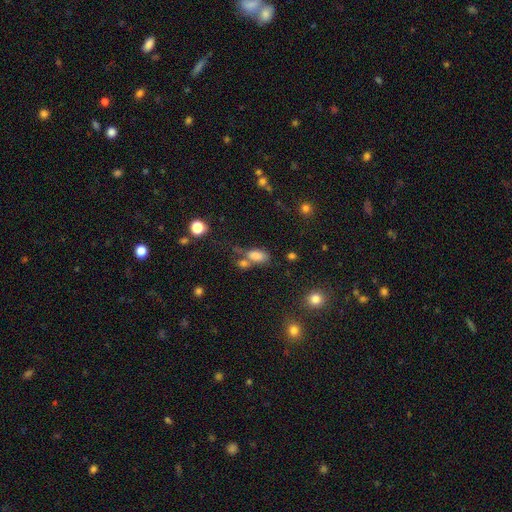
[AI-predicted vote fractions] Morphology: type=smooth (78%); roundness=in between (87%); merging=none (40%).